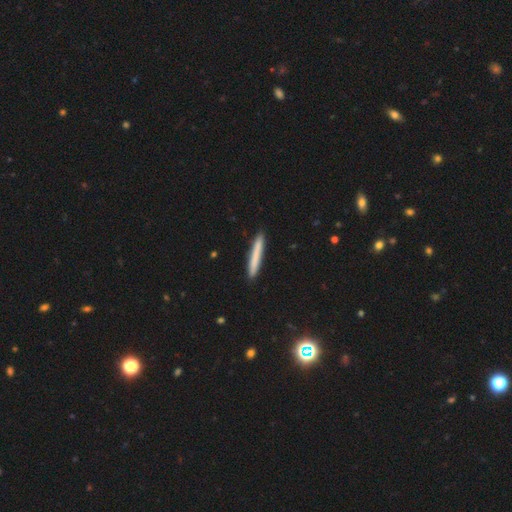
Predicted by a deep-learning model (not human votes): smooth-or-featured: smooth: 74% | featured or disk: 20% | star or artifact: 6%
  how-rounded: cigar-shaped: 96% | in between: 2% | round: 1%
  merging: none: 91% | minor disturbance: 7% | merger: 1% | major disturbance: 1%